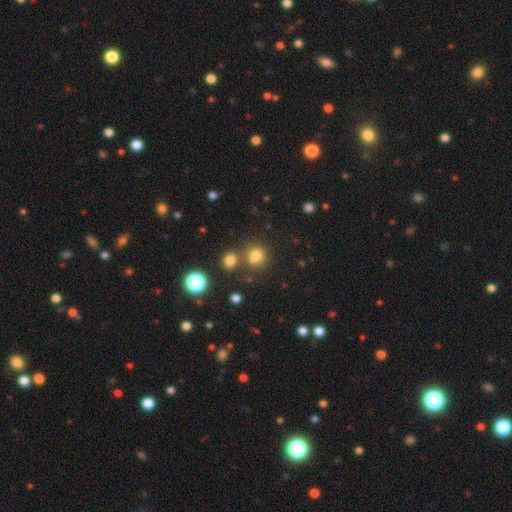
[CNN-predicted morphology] Smooth or featured? smooth (74%)
How rounded? round (84%)
Merging? none (63%)